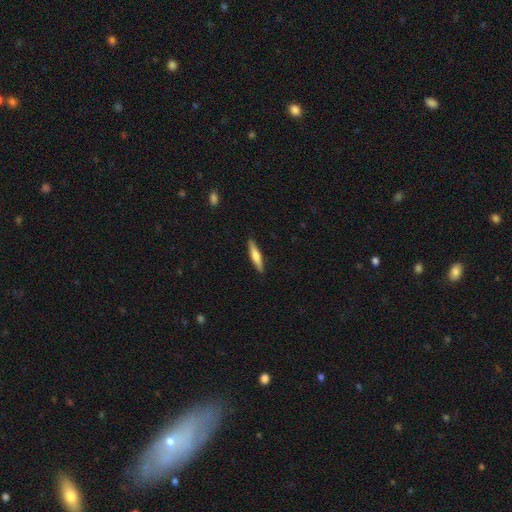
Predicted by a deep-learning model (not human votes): Smooth or featured: smooth — 53% (featured or disk — 42%)
How rounded: cigar-shaped — 88% (in between — 11%)
Merging: none — 90% (minor disturbance — 7%)